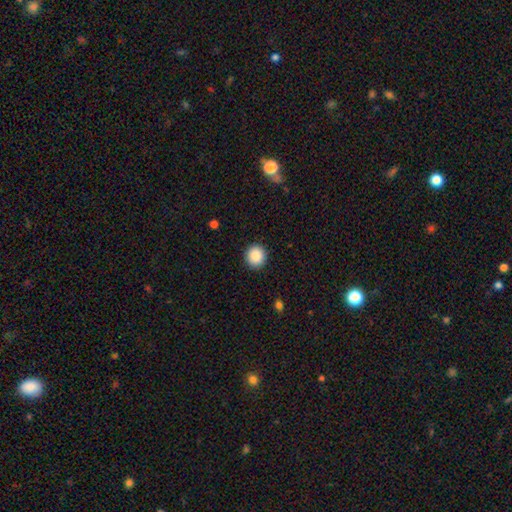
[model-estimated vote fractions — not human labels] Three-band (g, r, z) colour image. It shows a smooth galaxy with no disk features (88%) that is round (89%). Merging: none (91%).